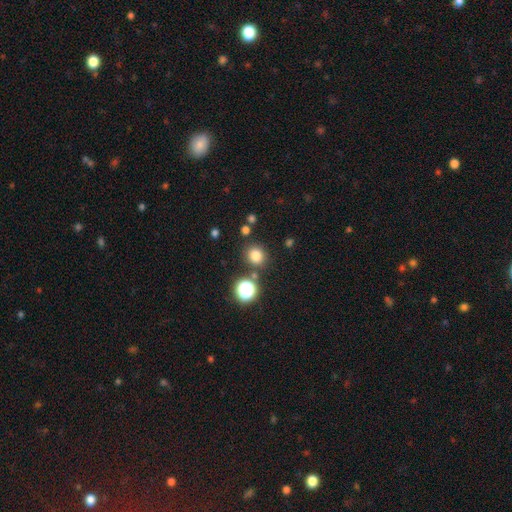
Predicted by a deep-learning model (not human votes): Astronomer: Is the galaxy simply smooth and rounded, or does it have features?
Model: smooth — 78%.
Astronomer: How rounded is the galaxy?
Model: round — 82%.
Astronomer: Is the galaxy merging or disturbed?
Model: none — 83%.